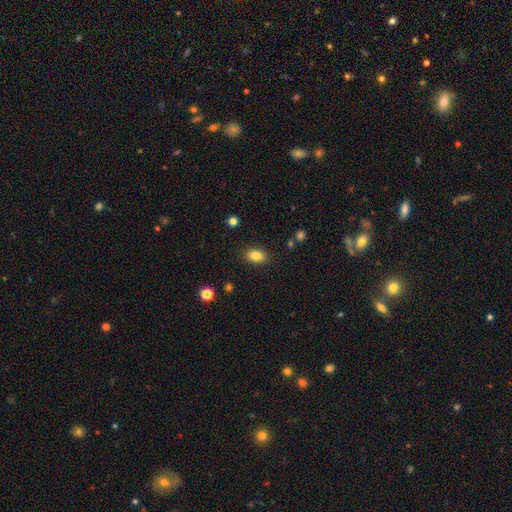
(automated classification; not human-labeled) Overall: smooth (83%). How rounded: in between (83%). Merging: none (87%).